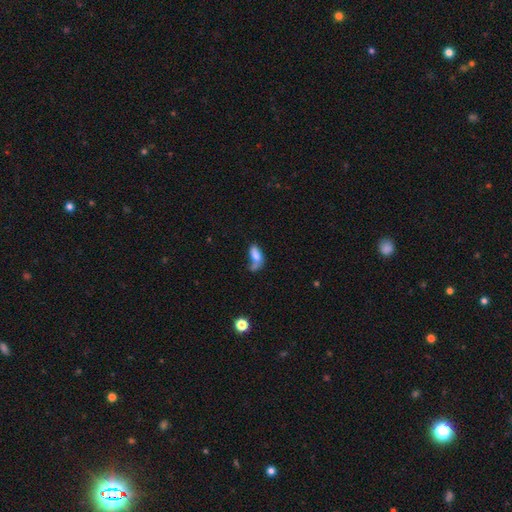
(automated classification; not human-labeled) Overall: smooth (68%). How rounded: in between (82%). Merging: merger (36%; none 25%).